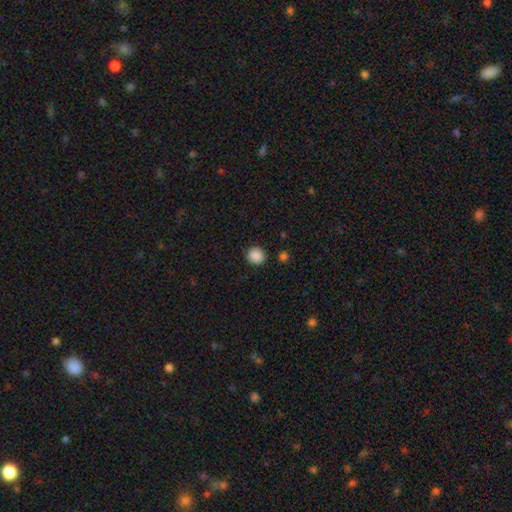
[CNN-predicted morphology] type=smooth (88%); roundness=round (89%); merging=none (89%).